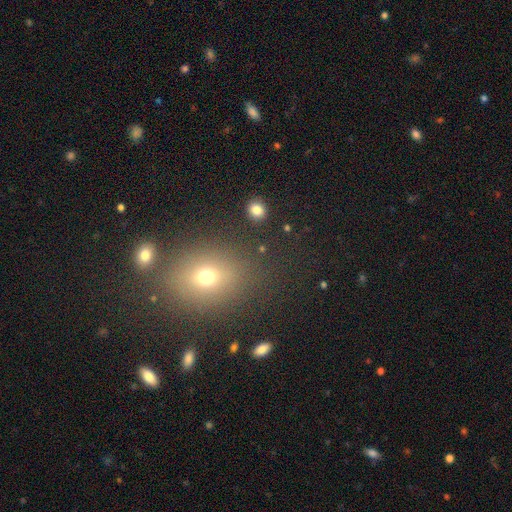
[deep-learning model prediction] smooth-or-featured: smooth: 58% | star or artifact: 30% | featured or disk: 12%
  how-rounded: in between: 52% | round: 46% | cigar-shaped: 2%
  merging: none: 83% | minor disturbance: 9% | merger: 4% | major disturbance: 4%